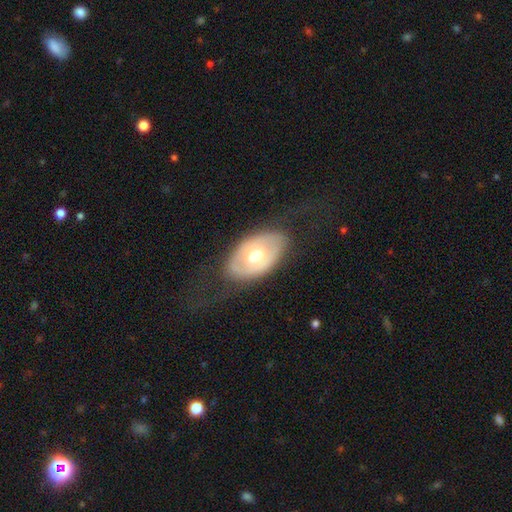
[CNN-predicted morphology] Smooth or featured? Predicted: featured or disk (p=0.51). Edge-on disk? Predicted: no (p=0.89). Merging? Predicted: none (p=0.70).